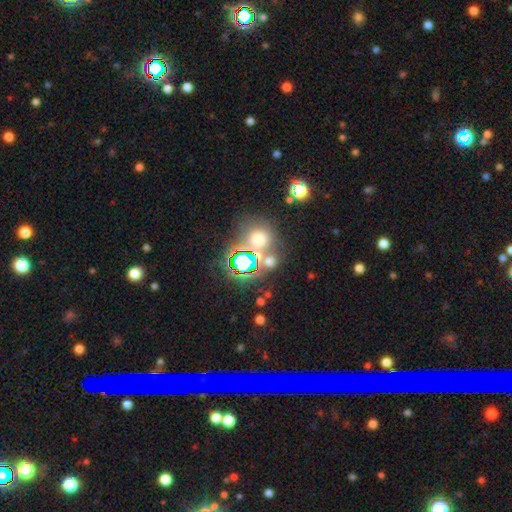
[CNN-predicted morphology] This is possibly a star or artifact rather than a galaxy (46%).